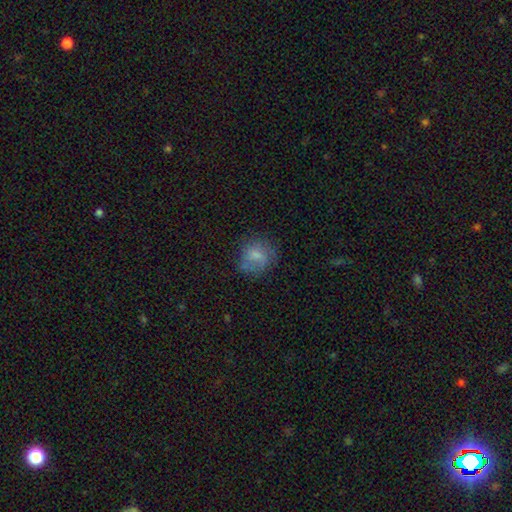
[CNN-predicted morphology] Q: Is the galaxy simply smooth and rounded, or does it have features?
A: smooth — 65%.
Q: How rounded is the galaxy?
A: round — 74%.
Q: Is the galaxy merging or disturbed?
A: none — 59%.